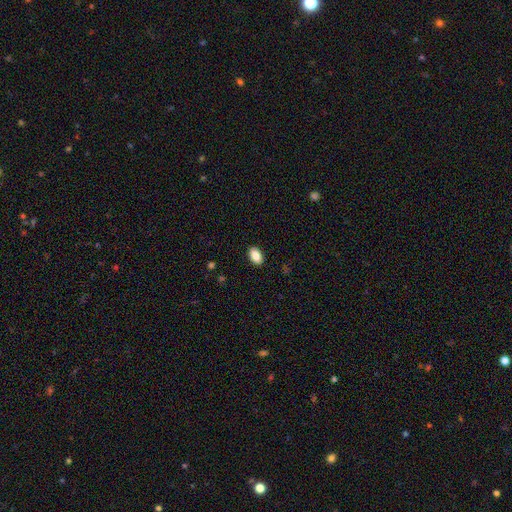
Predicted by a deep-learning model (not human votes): smooth-or-featured: smooth: 87% | star or artifact: 7% | featured or disk: 6%
  how-rounded: in between: 91% | round: 7% | cigar-shaped: 2%
  merging: none: 90% | minor disturbance: 8% | major disturbance: 2% | merger: 1%